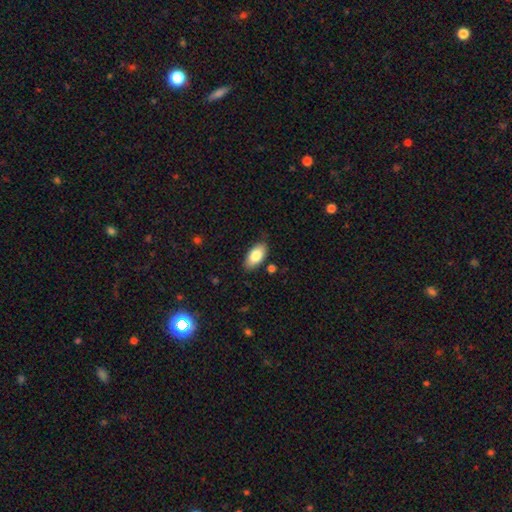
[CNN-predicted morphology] Smooth or featured?
  - smooth: 82% *
  - featured or disk: 12%
  - star or artifact: 7%
How rounded?
  - in between: 93% *
  - cigar-shaped: 4%
  - round: 3%
Merging?
  - none: 82% *
  - minor disturbance: 14%
  - major disturbance: 2%
  - merger: 2%